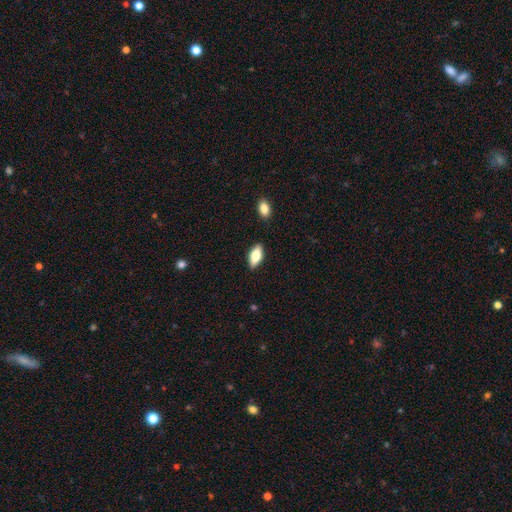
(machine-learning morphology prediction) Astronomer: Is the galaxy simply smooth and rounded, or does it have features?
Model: smooth — 74%.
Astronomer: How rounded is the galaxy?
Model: in between — 86%.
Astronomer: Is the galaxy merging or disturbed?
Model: none — 87%.